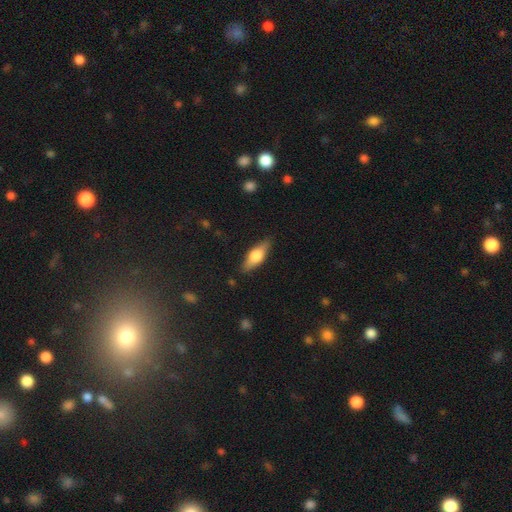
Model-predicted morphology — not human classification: smooth_or_featured: smooth (p=0.52) [alt: featured or disk p=0.41]
how_rounded: in between (p=0.61) [alt: cigar-shaped p=0.35]
merging: none (p=0.85) [alt: minor disturbance p=0.11]